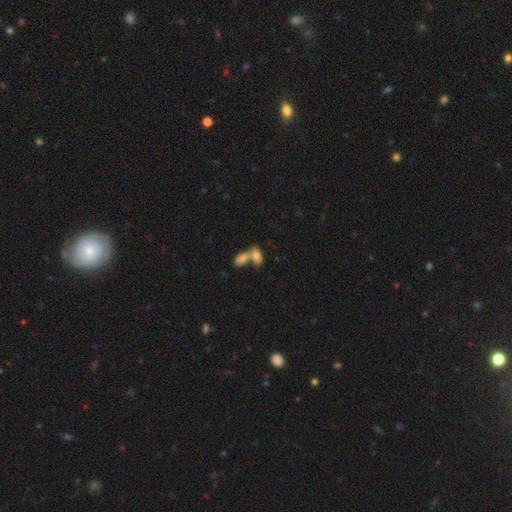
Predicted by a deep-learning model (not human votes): Smooth or featured? smooth (78%)
How rounded? in between (88%)
Merging? merger (68%)